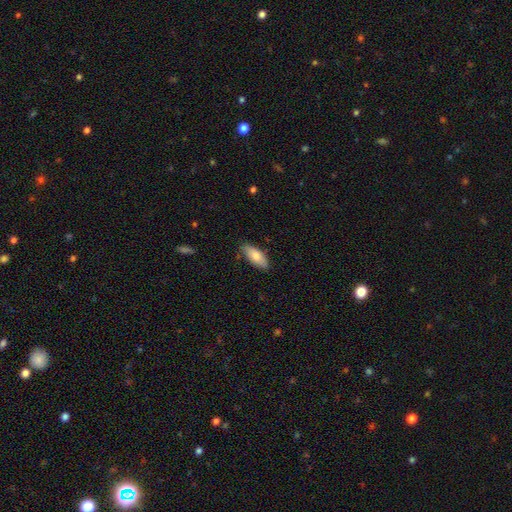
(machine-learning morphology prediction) Smooth or featured: smooth — 76% (featured or disk — 17%)
How rounded: in between — 80% (cigar-shaped — 18%)
Merging: none — 83% (minor disturbance — 14%)